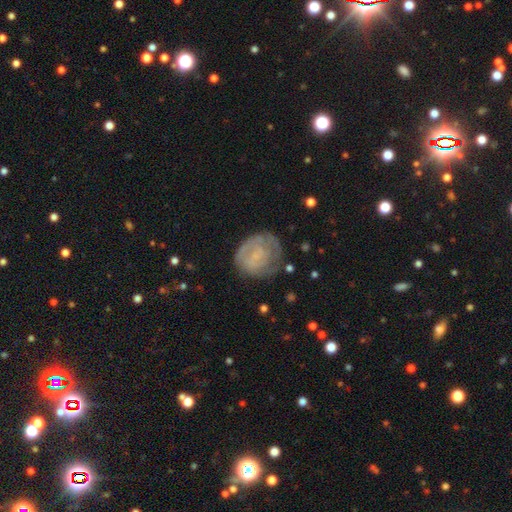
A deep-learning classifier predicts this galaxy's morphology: The model was most divided on "smooth or featured": featured or disk: 49%, smooth: 42%, star or artifact: 9%. More confident: merging — none (60%).